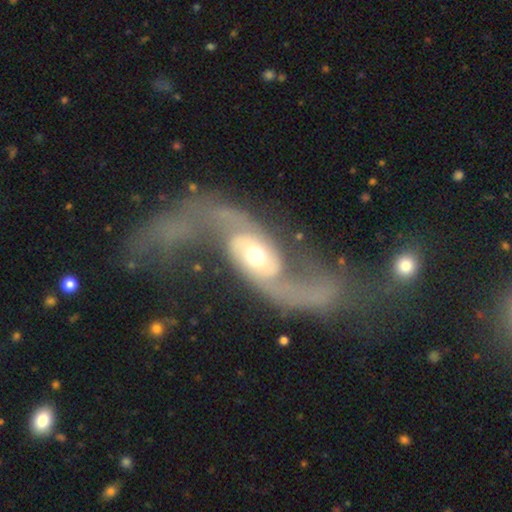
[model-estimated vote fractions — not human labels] The model was most divided on "merging": none: 49%, major disturbance: 33%, minor disturbance: 13%, merger: 6%. More confident: edge-on disk — no (95%); spiral arms — yes (94%); spiral arm count — 2 (93%); smooth or featured — featured or disk (87%); spiral winding — loose (75%); bulge size — moderate (66%); bar — no (55%).